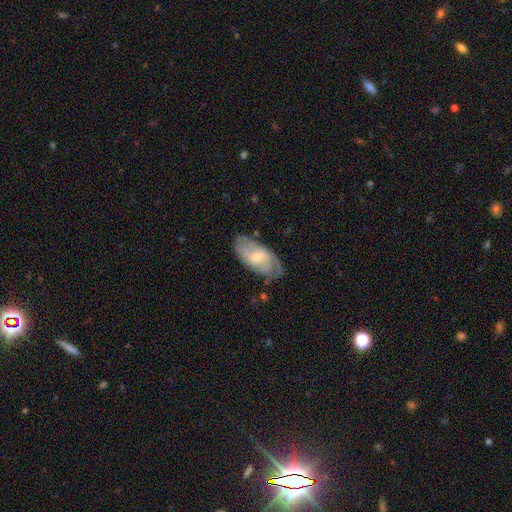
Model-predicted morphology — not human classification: A featured or disk galaxy (75%) with no bar (55%), 2 (38%) tight (49%) spiral arms (91%) and a moderate central bulge (51%). Merging: none (70%).